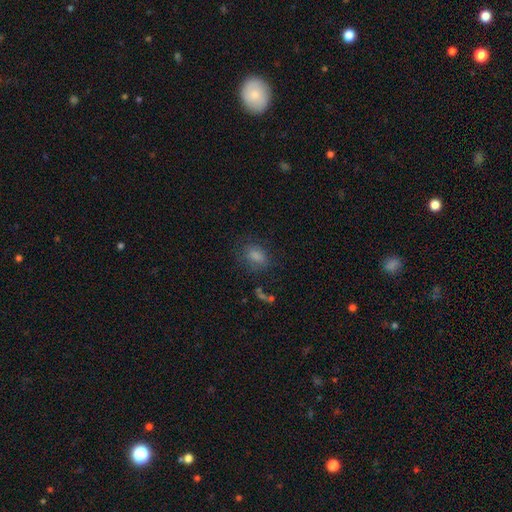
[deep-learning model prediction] smooth 69%, star or artifact 20%, featured or disk 11%. Down the decision tree: how rounded — in between (67%); merging — none (73%).